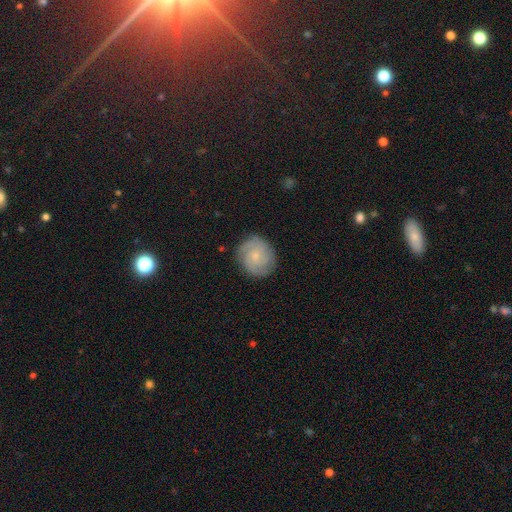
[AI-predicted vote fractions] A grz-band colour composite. It shows a featured or disk galaxy (63%) with no bar (75%), 2 (32%) tight (60%) spiral arms (93%) and a small central bulge (75%). Merging: none (82%).